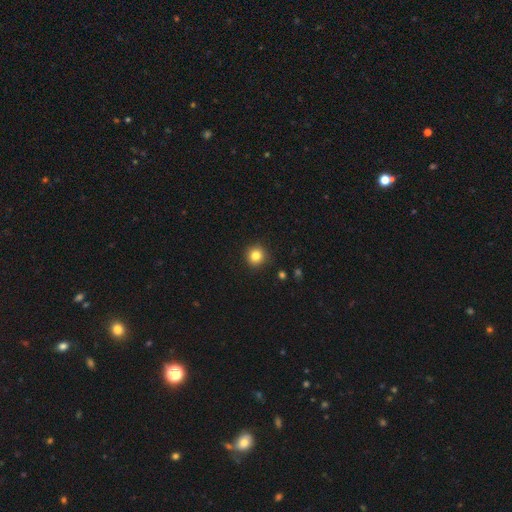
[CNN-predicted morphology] A smooth galaxy with no disk features (83%) that is round (94%).

Vote fractions:
- Smooth or featured? smooth: 83% / star or artifact: 11% / featured or disk: 6%
- How rounded? round: 94% / in between: 5% / cigar-shaped: 1%
- Merging? none: 92% / minor disturbance: 5% / major disturbance: 2% / merger: 1%